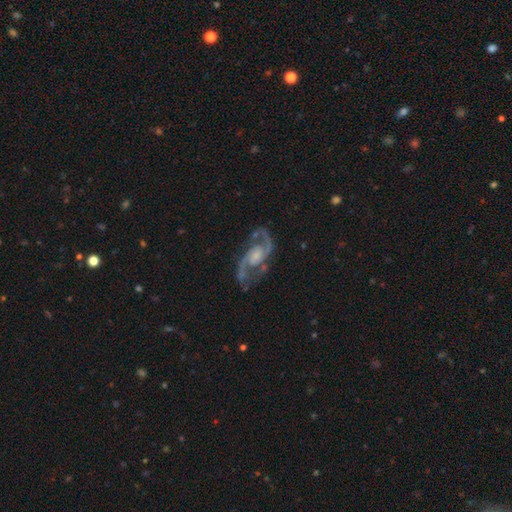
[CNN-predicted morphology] featured or disk 91%, star or artifact 5%, smooth 4%. Down the decision tree: edge-on disk — no (97%); bar — no (51%); spiral arms — yes (98%); spiral arm count — 2 (93%); spiral winding — medium (59%); bulge size — small (43%); merging — none (74%).